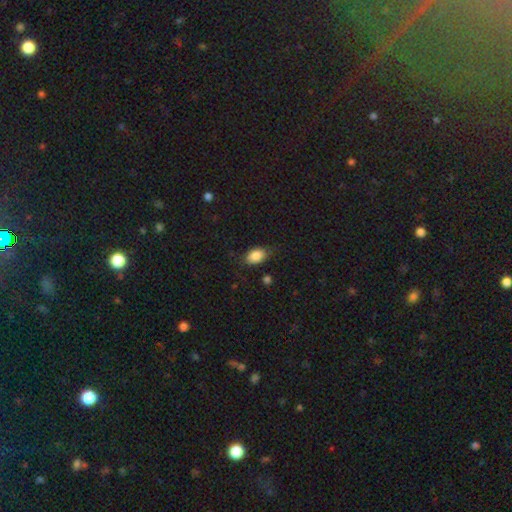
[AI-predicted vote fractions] smooth 86%, star or artifact 8%, featured or disk 6%. Down the decision tree: how rounded — in between (87%); merging — none (74%).